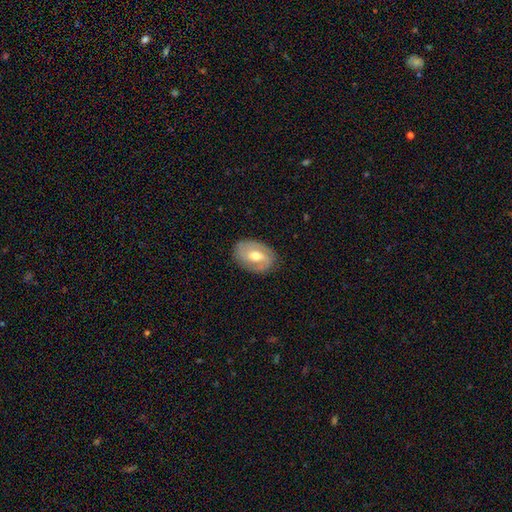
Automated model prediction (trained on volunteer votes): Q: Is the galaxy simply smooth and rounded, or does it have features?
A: featured or disk — 67%.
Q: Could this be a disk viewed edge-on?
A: no — 95%.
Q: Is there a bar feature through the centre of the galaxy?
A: weak — 45%.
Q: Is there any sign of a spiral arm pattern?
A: yes — 77%.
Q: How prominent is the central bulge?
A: moderate — 73%.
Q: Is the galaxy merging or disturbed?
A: none — 82%.